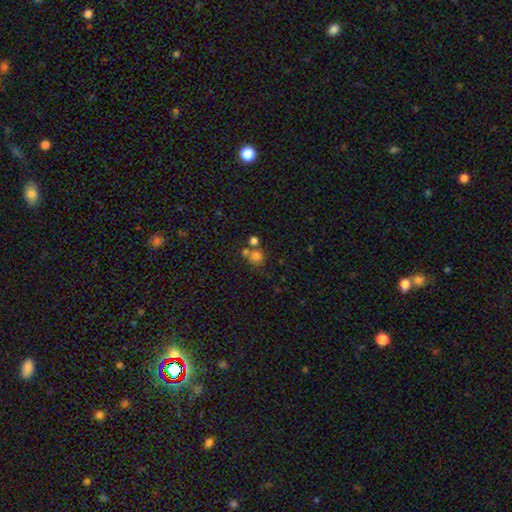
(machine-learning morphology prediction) smooth 75%, star or artifact 15%, featured or disk 10%. Down the decision tree: how rounded — round (86%); merging — none (52%).